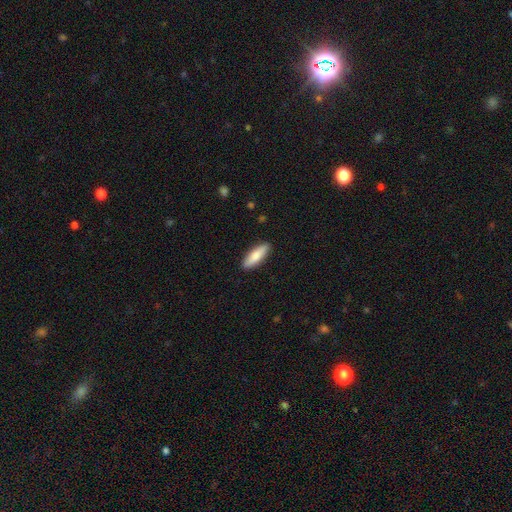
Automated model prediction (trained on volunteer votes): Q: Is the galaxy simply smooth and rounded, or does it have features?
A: smooth — 77%.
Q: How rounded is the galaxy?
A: cigar-shaped — 50%.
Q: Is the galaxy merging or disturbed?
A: none — 90%.